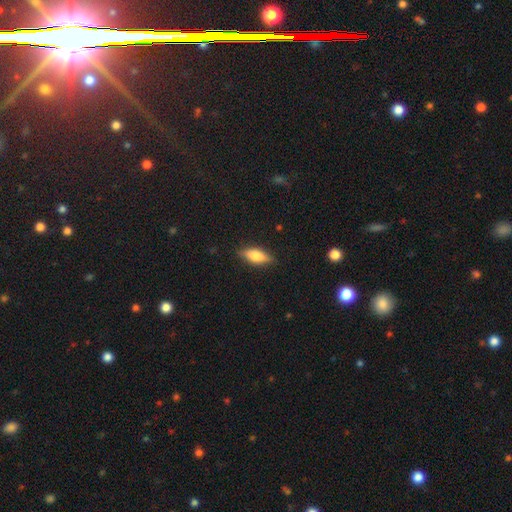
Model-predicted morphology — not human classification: smooth_or_featured: smooth (p=0.66) [alt: featured or disk p=0.27]
how_rounded: in between (p=0.69) [alt: cigar-shaped p=0.28]
merging: none (p=0.85) [alt: minor disturbance p=0.12]